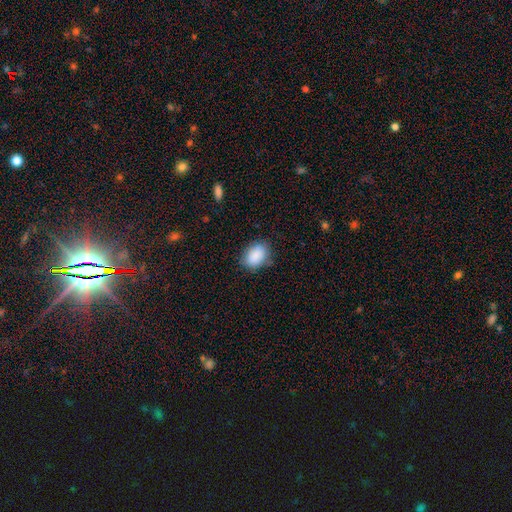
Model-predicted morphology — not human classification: The model was most divided on "merging": none: 78%, minor disturbance: 17%, major disturbance: 4%, merger: 1%. More confident: smooth or featured — smooth (89%); how rounded — in between (80%).